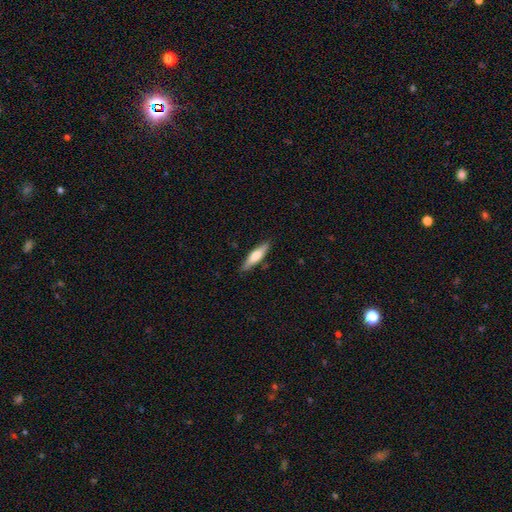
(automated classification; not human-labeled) A smooth galaxy with no disk features (62%) that is cigar-shaped (75%). Merging: none (86%).